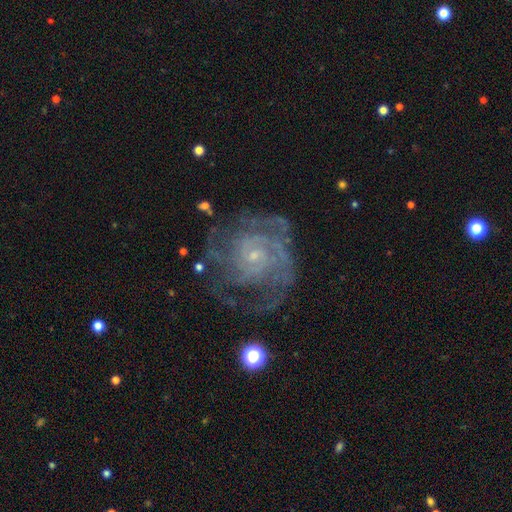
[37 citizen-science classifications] Smooth or featured? featured or disk (95%)
Edge-on disk? no (97%)
Bar? no (71%)
Spiral arms? yes (100%)
Spiral winding? tight (59%)
Spiral arm count? can't tell (41%)
Bulge size? small (76%)
Merging? none (60%)